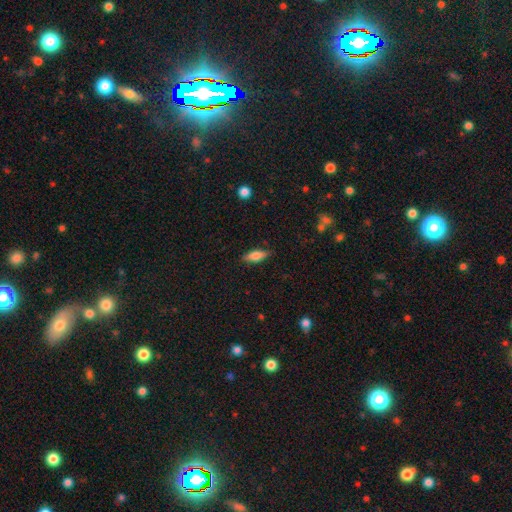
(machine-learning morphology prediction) Smooth or featured? Predicted: smooth (p=0.74). How rounded? Predicted: in between (p=0.66). Merging? Predicted: none (p=0.83).